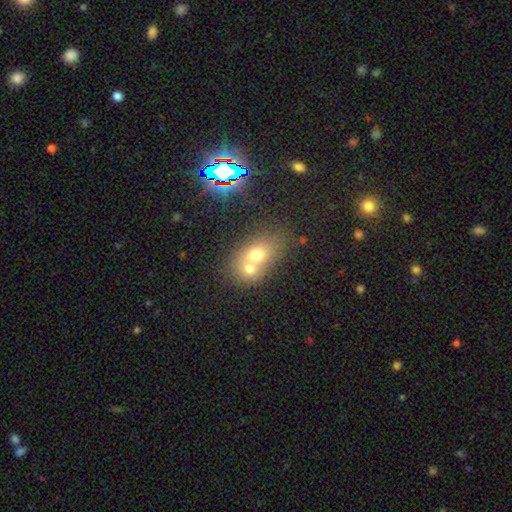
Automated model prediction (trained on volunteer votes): smooth_or_featured: smooth (p=0.62) [alt: featured or disk p=0.22]
how_rounded: in between (p=0.58) [alt: round p=0.40]
merging: merger (p=0.66) [alt: none p=0.25]